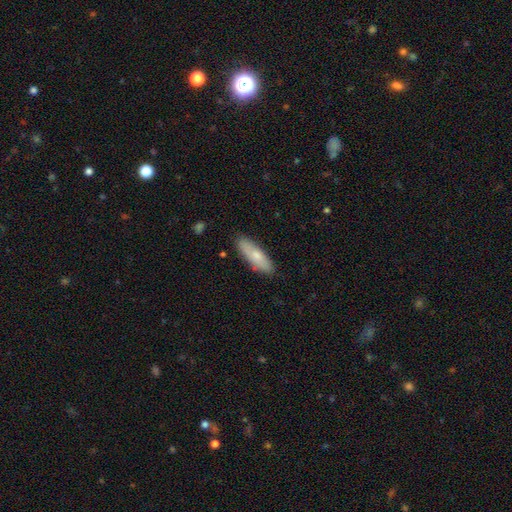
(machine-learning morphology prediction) The model was most divided on "how rounded": in between: 51%, cigar-shaped: 47%, round: 2%. More confident: merging — none (83%); smooth or featured — smooth (75%).